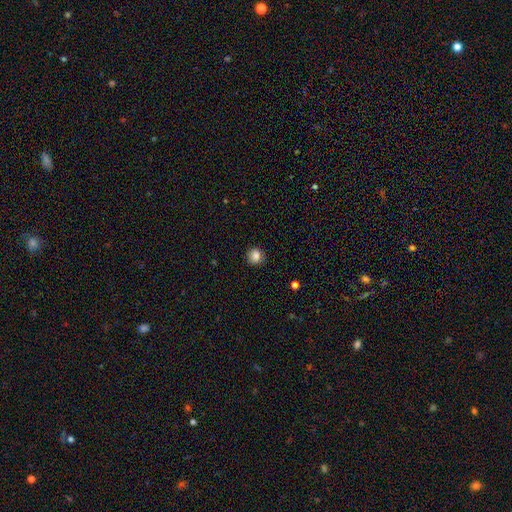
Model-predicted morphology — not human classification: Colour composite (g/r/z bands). It shows a smooth galaxy with no disk features (83%) that is round (88%). Merging: none (89%).